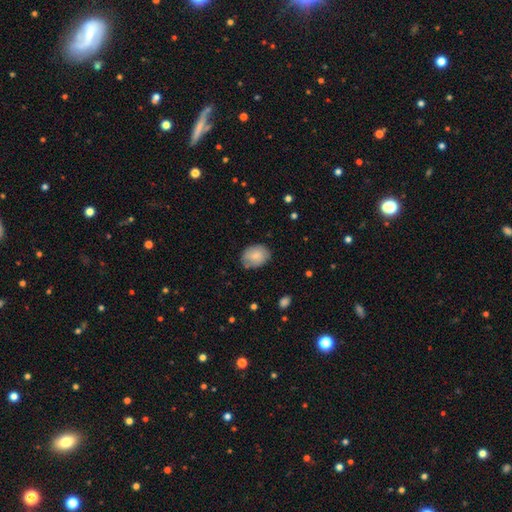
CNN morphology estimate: Smooth or featured: smooth — 80% (featured or disk — 14%)
How rounded: in between — 64% (round — 35%)
Merging: none — 74% (minor disturbance — 20%)